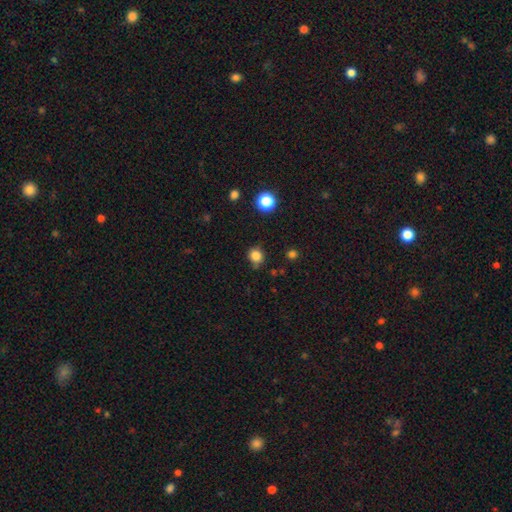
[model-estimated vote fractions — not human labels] Smooth or featured? Predicted: smooth (p=0.83). How rounded? Predicted: round (p=0.86). Merging? Predicted: none (p=0.76).